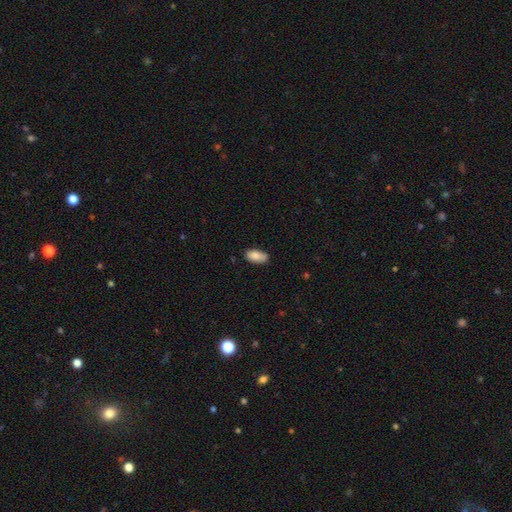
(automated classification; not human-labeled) A smooth galaxy with no disk features (86%) that is in between round and cigar-shaped (92%). Merging: none (76%).